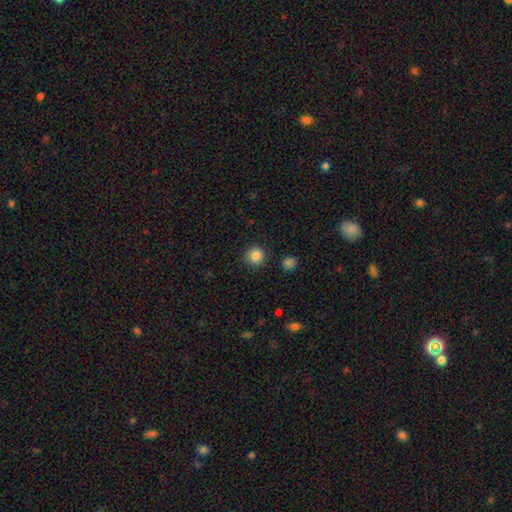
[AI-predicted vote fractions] smooth-or-featured: smooth: 86% | star or artifact: 10% | featured or disk: 4%
  how-rounded: round: 93% | in between: 6% | cigar-shaped: 1%
  merging: none: 90% | minor disturbance: 6% | major disturbance: 2% | merger: 2%